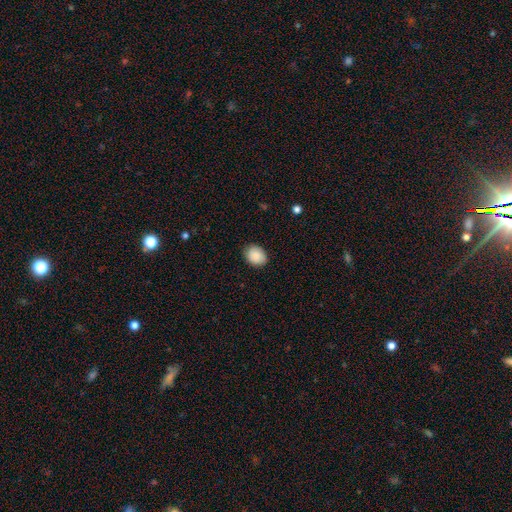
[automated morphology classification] Smooth or featured: smooth — 89% (star or artifact — 7%)
How rounded: in between — 55% (round — 44%)
Merging: none — 86% (minor disturbance — 11%)